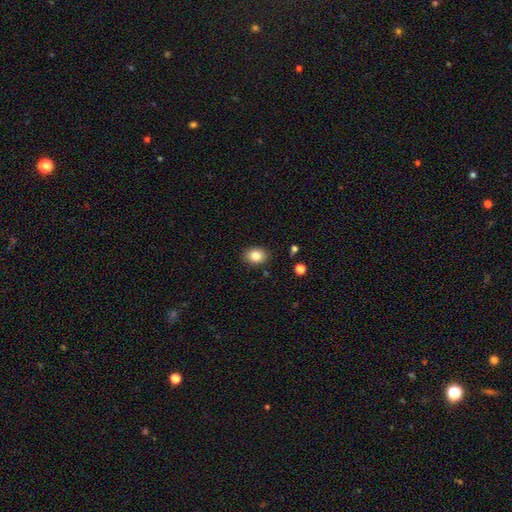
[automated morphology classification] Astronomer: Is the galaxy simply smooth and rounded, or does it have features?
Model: smooth — 83%.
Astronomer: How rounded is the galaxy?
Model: in between — 61% (runner-up: round, 38%).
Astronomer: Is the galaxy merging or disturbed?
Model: none — 87%.